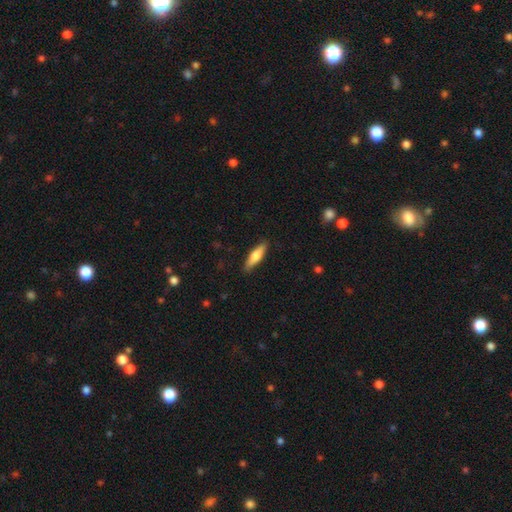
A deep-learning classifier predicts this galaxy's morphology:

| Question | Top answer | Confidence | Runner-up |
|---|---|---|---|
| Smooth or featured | smooth | 66% | featured or disk (28%) |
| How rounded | cigar-shaped | 64% | in between (34%) |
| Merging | none | 88% | minor disturbance (9%) |